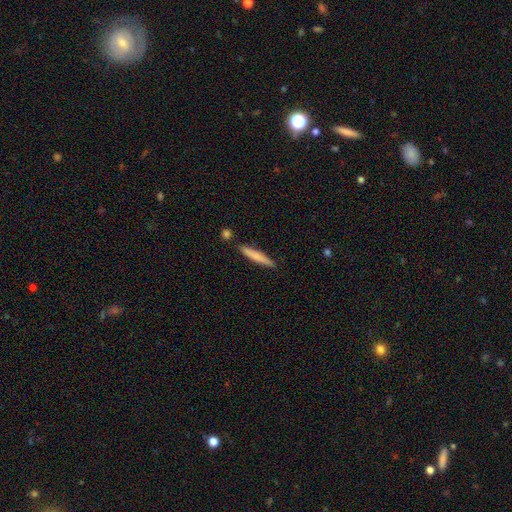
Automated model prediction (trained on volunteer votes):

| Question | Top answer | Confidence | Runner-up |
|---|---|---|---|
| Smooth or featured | smooth | 72% | featured or disk (23%) |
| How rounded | cigar-shaped | 93% | in between (5%) |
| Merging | none | 83% | minor disturbance (11%) |